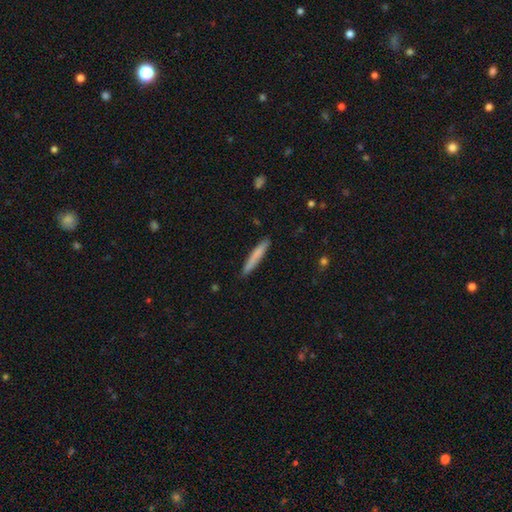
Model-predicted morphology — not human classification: Smooth or featured?
  - smooth: 76% *
  - featured or disk: 18%
  - star or artifact: 6%
How rounded?
  - cigar-shaped: 95% *
  - in between: 3%
  - round: 1%
Merging?
  - none: 89% *
  - minor disturbance: 9%
  - major disturbance: 1%
  - merger: 1%